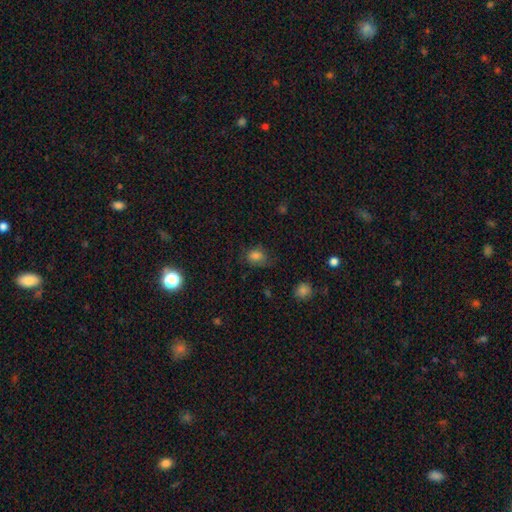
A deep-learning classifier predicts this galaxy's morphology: This appears to be a smooth galaxy with no disk features (76%) that is in between round and cigar-shaped (61%). Merging: none (56%).